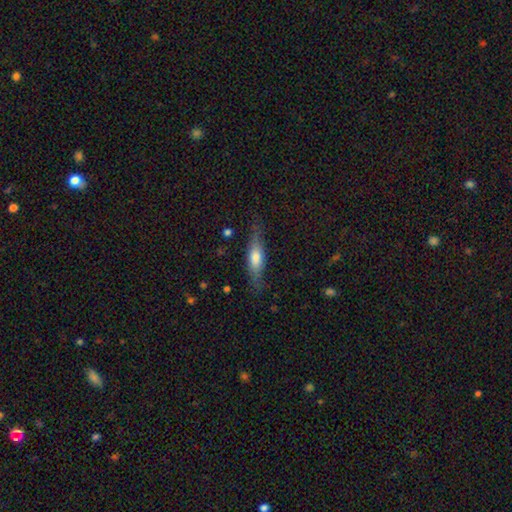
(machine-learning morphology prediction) A featured or disk galaxy (55%) viewed edge-on (91%).

Vote fractions:
- Smooth or featured? featured or disk: 55% / smooth: 38% / star or artifact: 7%
- Edge-on disk? yes: 91% / no: 9%
- Merging? none: 81% / minor disturbance: 14% / major disturbance: 3% / merger: 1%